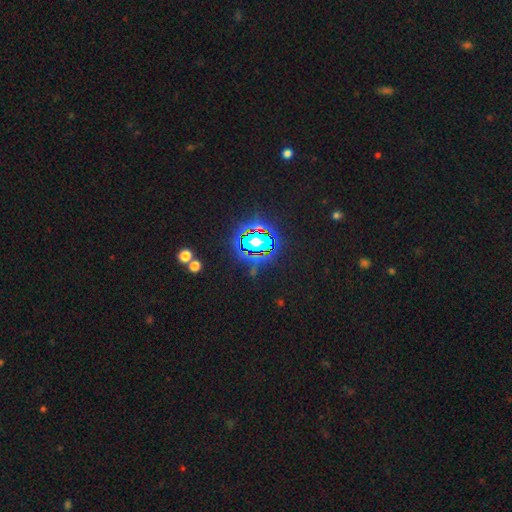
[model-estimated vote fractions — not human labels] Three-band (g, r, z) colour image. It shows a star or artifact, not a galaxy (82%).